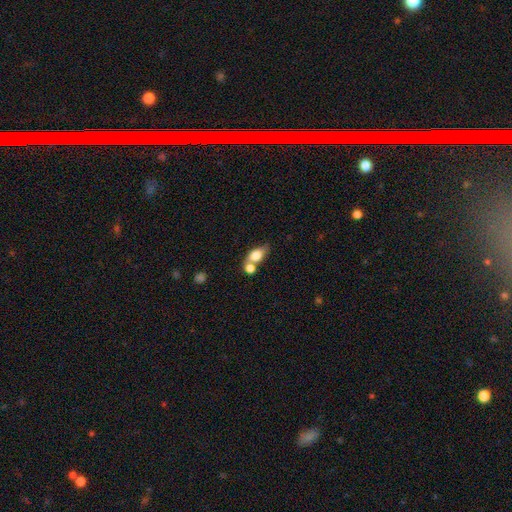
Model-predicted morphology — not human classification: smooth 75%, featured or disk 16%, star or artifact 8%. Down the decision tree: how rounded — in between (76%); merging — merger (46%).